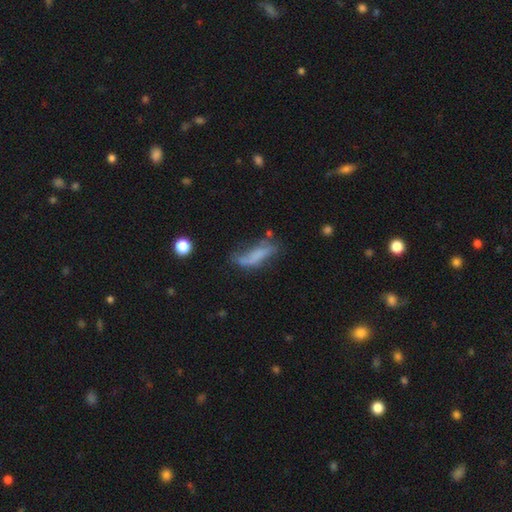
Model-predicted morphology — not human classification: Smooth or featured? smooth (54%)
How rounded? cigar-shaped (51%)
Merging? none (38%)